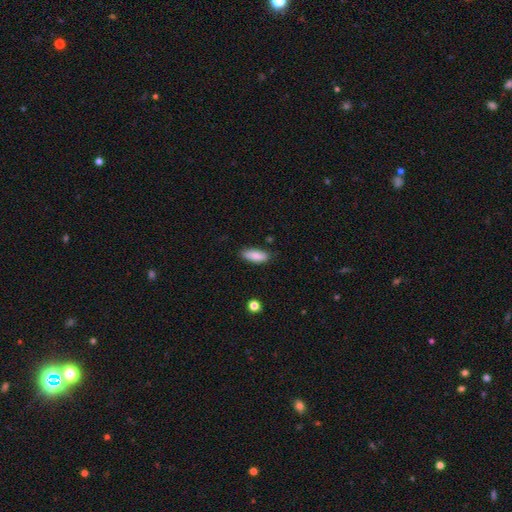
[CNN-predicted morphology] smooth-or-featured: smooth: 86% | featured or disk: 8% | star or artifact: 7%
  how-rounded: in between: 71% | cigar-shaped: 27% | round: 2%
  merging: none: 83% | minor disturbance: 13% | major disturbance: 2% | merger: 2%